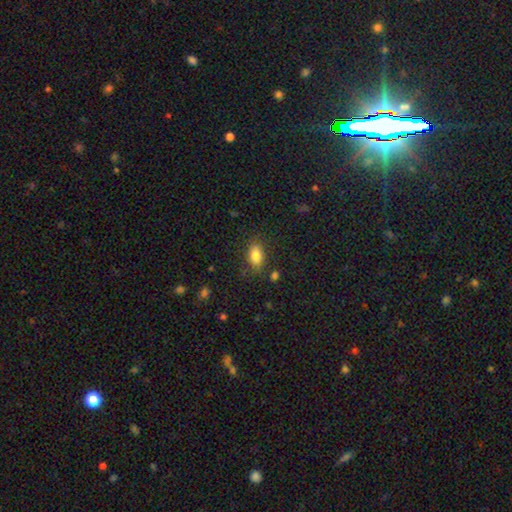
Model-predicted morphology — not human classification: Smooth or featured: smooth — 83% (star or artifact — 9%)
How rounded: in between — 86% (round — 11%)
Merging: none — 78% (minor disturbance — 15%)